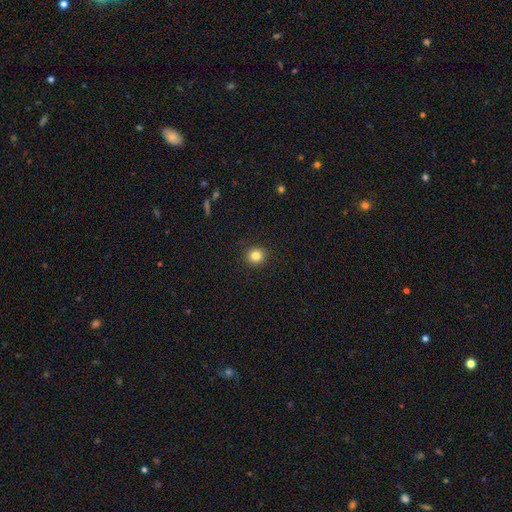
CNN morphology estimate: A smooth galaxy with no disk features (83%) that is round (91%). Merging: none (91%).